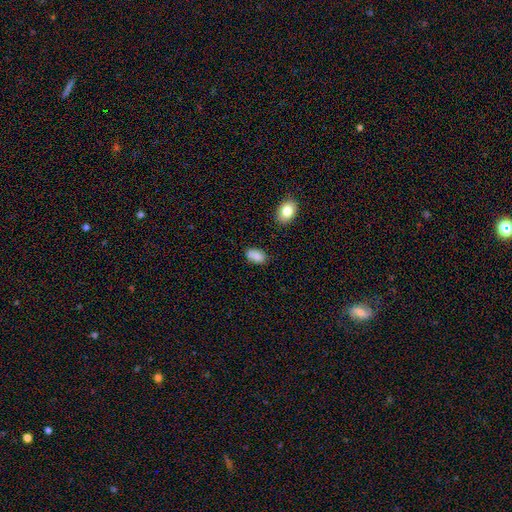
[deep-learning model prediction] Q: Smooth or featured?
A: smooth (85%); runner-up: star or artifact (8%)
Q: How rounded?
A: in between (92%); runner-up: round (6%)
Q: Merging?
A: none (78%); runner-up: minor disturbance (16%)